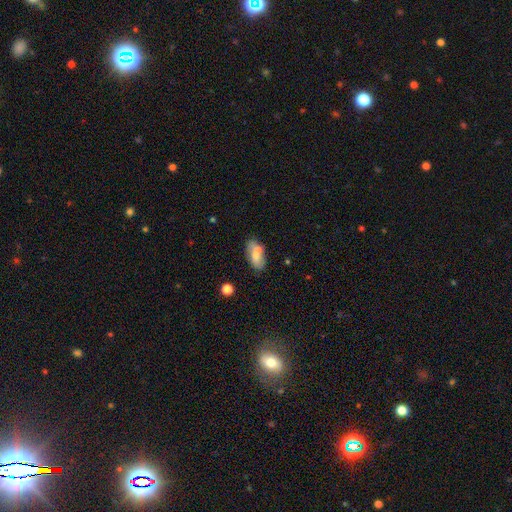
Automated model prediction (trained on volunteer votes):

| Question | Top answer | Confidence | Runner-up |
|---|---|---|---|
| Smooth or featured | smooth | 65% | featured or disk (26%) |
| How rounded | in between | 86% | cigar-shaped (9%) |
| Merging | none | 57% | merger (19%) |